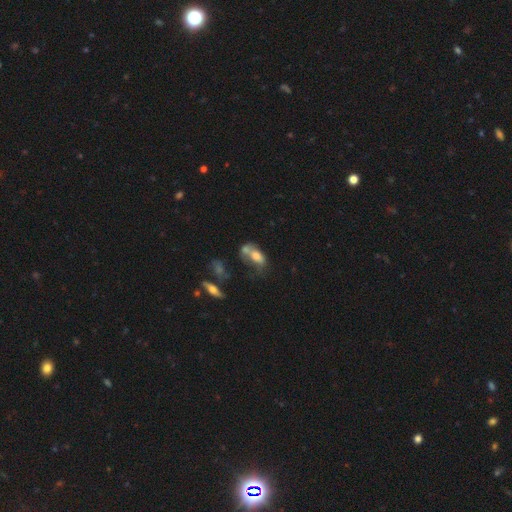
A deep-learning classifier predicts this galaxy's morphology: Smooth or featured?
  - smooth: 60% *
  - featured or disk: 29%
  - star or artifact: 11%
How rounded?
  - in between: 83% *
  - round: 10%
  - cigar-shaped: 6%
Merging?
  - merger: 47% *
  - none: 22%
  - minor disturbance: 15%
  - major disturbance: 15%